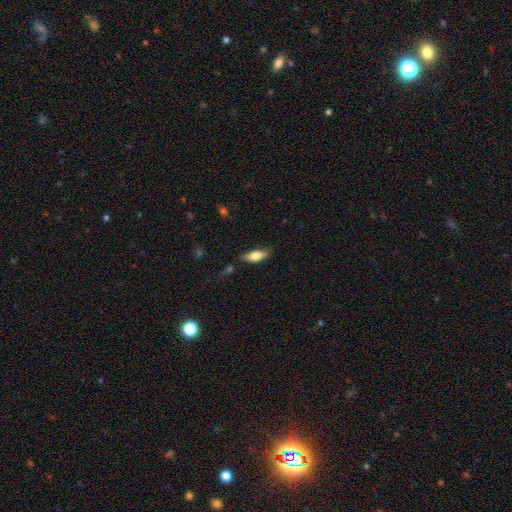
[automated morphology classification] A smooth galaxy with no disk features (67%) that is in between round and cigar-shaped (65%).

Vote fractions:
- Smooth or featured? smooth: 67% / featured or disk: 27% / star or artifact: 6%
- How rounded? in between: 65% / cigar-shaped: 33% / round: 2%
- Merging? none: 77% / minor disturbance: 16% / major disturbance: 3% / merger: 3%